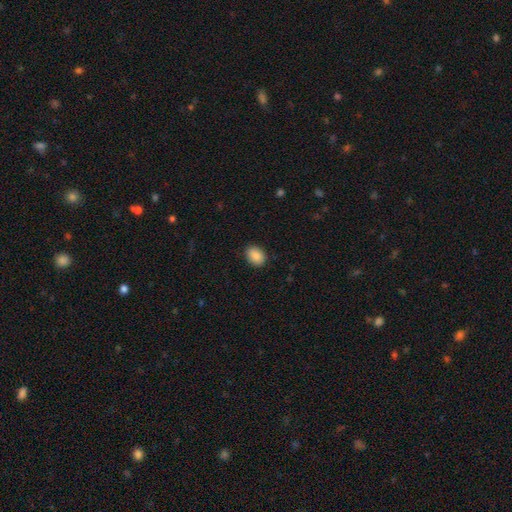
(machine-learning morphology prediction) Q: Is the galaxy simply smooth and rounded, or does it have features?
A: smooth — 89%.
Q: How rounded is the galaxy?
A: in between — 72%.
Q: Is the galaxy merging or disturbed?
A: none — 88%.